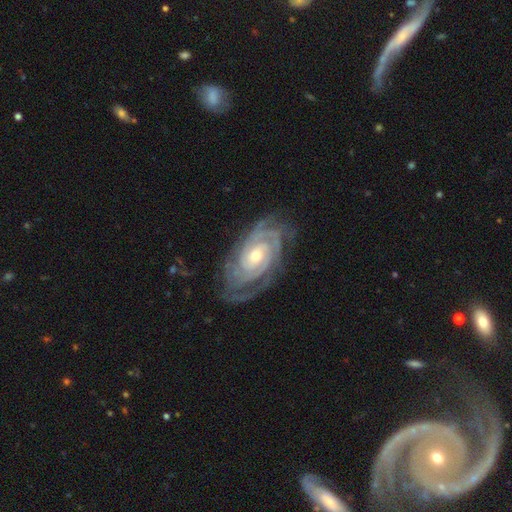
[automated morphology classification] Smooth or featured?
  - featured or disk: 91% *
  - star or artifact: 4%
  - smooth: 4%
Edge-on disk?
  - no: 96% *
  - yes: 4%
Bar?
  - no: 64% *
  - weak: 26%
  - strong: 10%
Spiral arms?
  - yes: 98% *
  - no: 2%
Spiral winding?
  - tight: 80% *
  - medium: 17%
  - loose: 3%
Spiral arm count?
  - 3: 26% *
  - 2: 22%
  - can't tell: 20%
  - 4: 18%
  - more than 4: 8%
  - 1: 6%
Bulge size?
  - moderate: 51% *
  - small: 45%
  - large: 2%
  - none: 1%
  - dominant: 1%
Merging?
  - none: 77% *
  - minor disturbance: 16%
  - major disturbance: 6%
  - merger: 1%